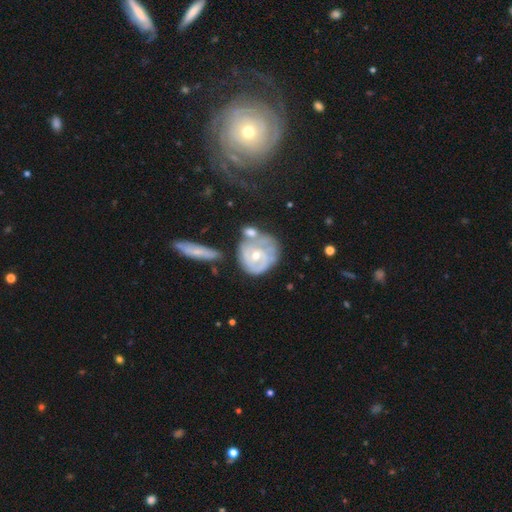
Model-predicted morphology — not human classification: Smooth or featured? featured or disk (69%)
Edge-on disk? no (97%)
Bar? no (76%)
Spiral arms? yes (70%)
Bulge size? moderate (56%)
Merging? none (37%)